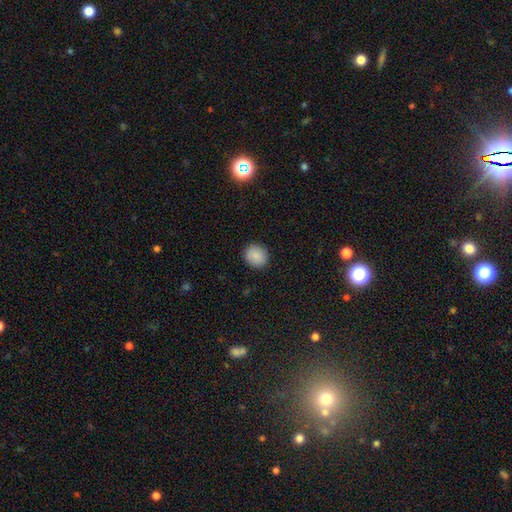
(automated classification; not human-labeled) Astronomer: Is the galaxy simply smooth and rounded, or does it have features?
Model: smooth — 88%.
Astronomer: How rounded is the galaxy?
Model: round — 82%.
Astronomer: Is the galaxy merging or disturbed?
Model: none — 91%.